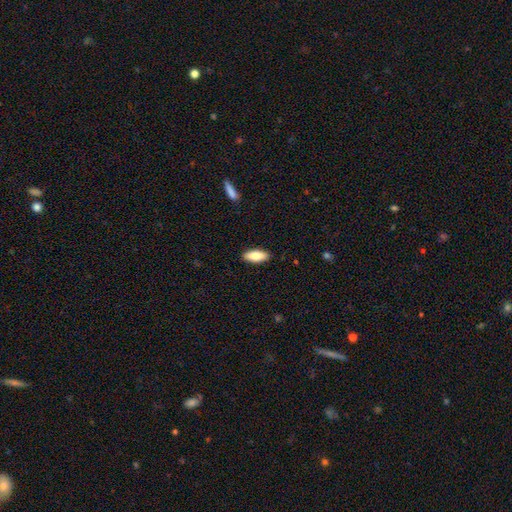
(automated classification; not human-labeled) This is clearly a smooth galaxy (81%). How rounded: likely in between (79%). Merging: clearly none (89%).